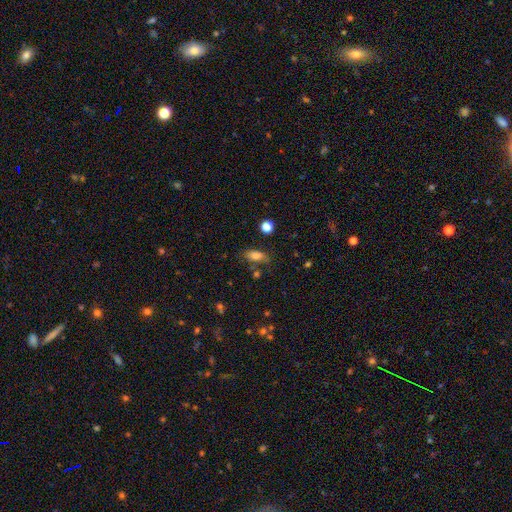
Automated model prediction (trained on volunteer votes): Overall: smooth (78%). How rounded: in between (84%). Merging: none (63%).